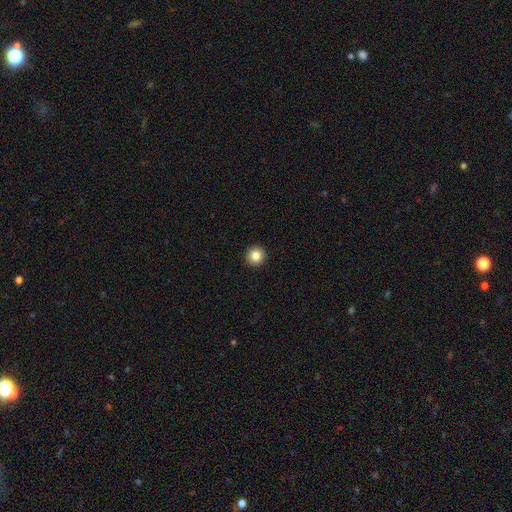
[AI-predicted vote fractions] Smooth or featured? Predicted: smooth (p=0.84). How rounded? Predicted: round (p=0.95). Merging? Predicted: none (p=0.94).